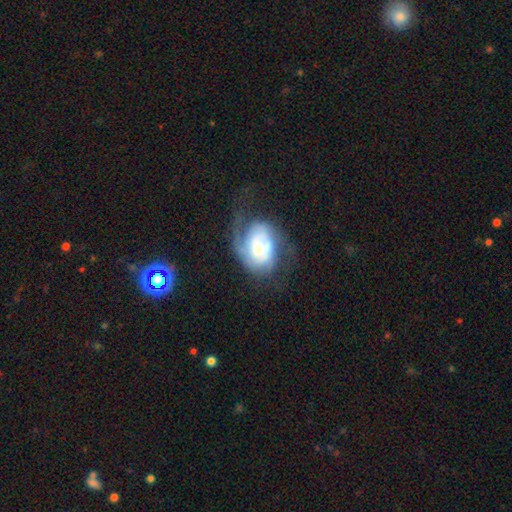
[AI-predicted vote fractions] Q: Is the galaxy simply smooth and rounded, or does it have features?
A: featured or disk — 68%.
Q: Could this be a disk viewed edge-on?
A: no — 97%.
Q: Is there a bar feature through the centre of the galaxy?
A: no — 73%.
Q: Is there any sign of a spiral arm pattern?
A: yes — 82%.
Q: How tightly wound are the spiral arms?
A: tight — 42%.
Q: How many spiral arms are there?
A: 2 — 36%.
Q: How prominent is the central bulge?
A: small — 47%.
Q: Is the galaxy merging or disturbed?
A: none — 38%.